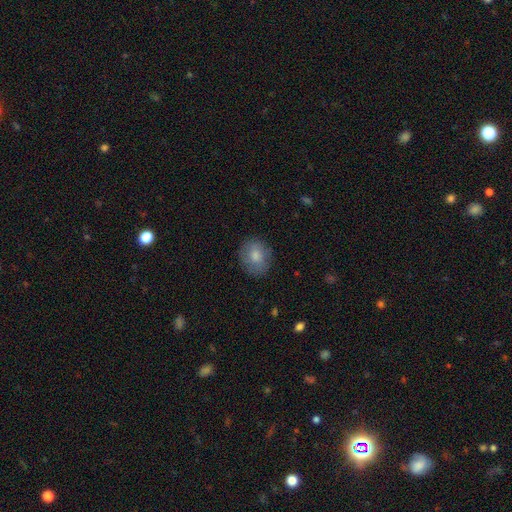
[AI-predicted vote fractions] Morphology: type=smooth (80%); roundness=round (64%); merging=none (82%).